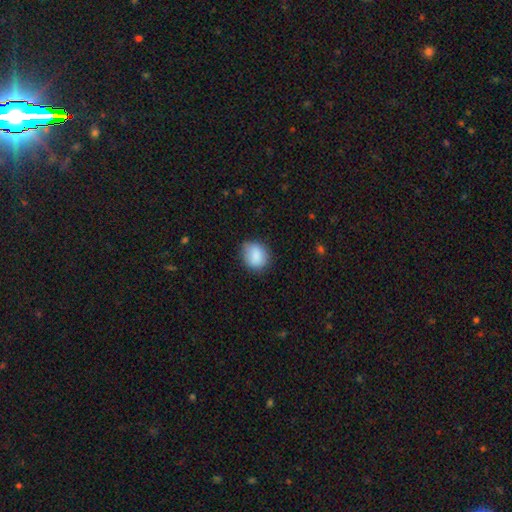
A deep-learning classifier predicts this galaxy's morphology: A smooth galaxy with no disk features (87%) that is round (59%).

Vote fractions:
- Smooth or featured? smooth: 87% / star or artifact: 8% / featured or disk: 6%
- How rounded? round: 59% / in between: 40% / cigar-shaped: 1%
- Merging? none: 74% / minor disturbance: 21% / major disturbance: 4% / merger: 1%